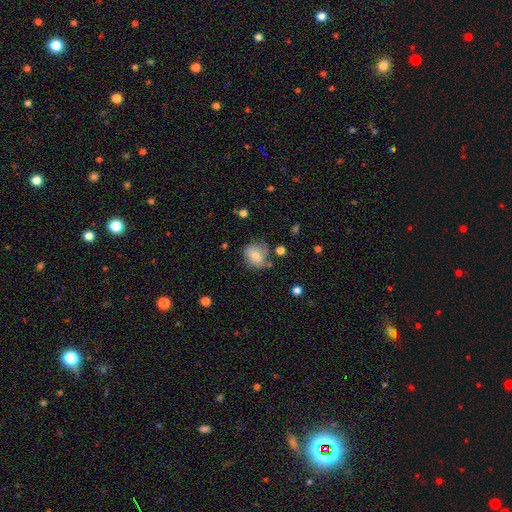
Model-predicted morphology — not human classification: Overall: smooth (69%). How rounded: round (67%; in between 32%). Merging: none (56%; minor disturbance 28%).